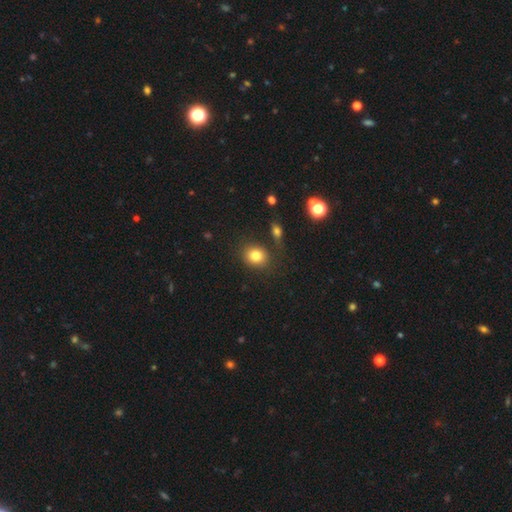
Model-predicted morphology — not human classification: Overall: smooth (81%). How rounded: round (67%; in between 32%). Merging: none (79%).